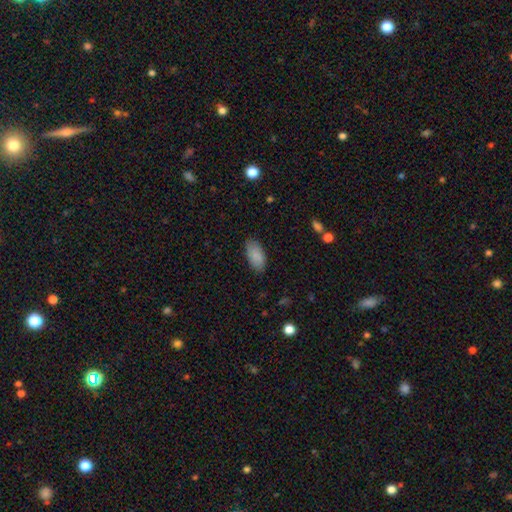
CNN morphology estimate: smooth 88%, star or artifact 6%, featured or disk 6%. Down the decision tree: how rounded — in between (94%); merging — none (84%).